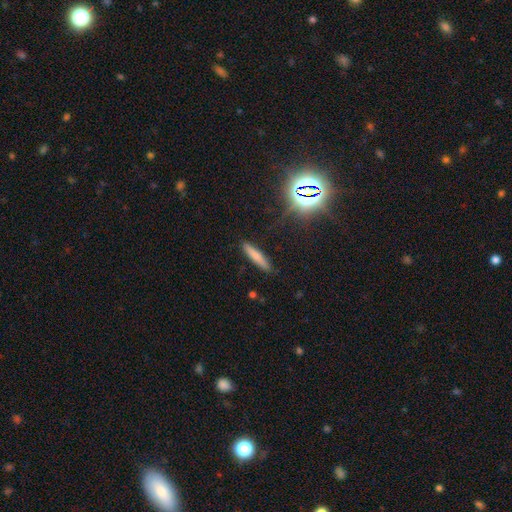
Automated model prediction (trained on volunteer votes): A smooth galaxy with no disk features (71%) that is cigar-shaped (88%).

Vote fractions:
- Smooth or featured? smooth: 71% / featured or disk: 18% / star or artifact: 10%
- How rounded? cigar-shaped: 88% / in between: 10% / round: 2%
- Merging? none: 88% / minor disturbance: 9% / major disturbance: 2% / merger: 1%